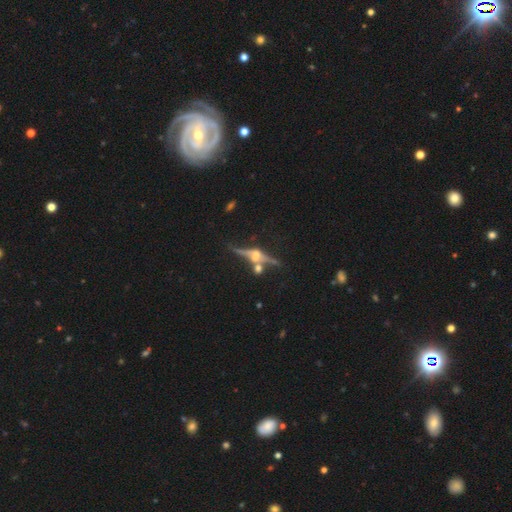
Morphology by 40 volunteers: A featured or disk galaxy (88%) viewed edge-on (94%) with a rounded central bulge (94%).

Vote fractions:
- Smooth or featured? featured or disk: 88% / smooth: 8% / star or artifact: 5%
- Edge-on disk? yes: 94% / no: 6%
- Edge-on bulge? rounded: 94% / boxy: 6% / none: 0%
- Merging? none: 71% / merger: 16% / minor disturbance: 11% / major disturbance: 3%